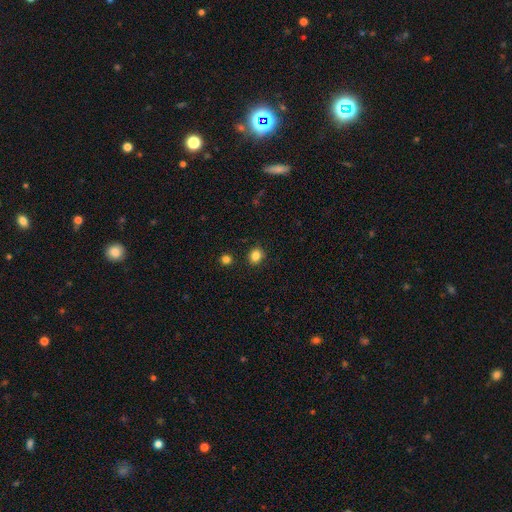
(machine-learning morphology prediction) Smooth or featured? smooth (85%)
How rounded? round (74%)
Merging? none (89%)